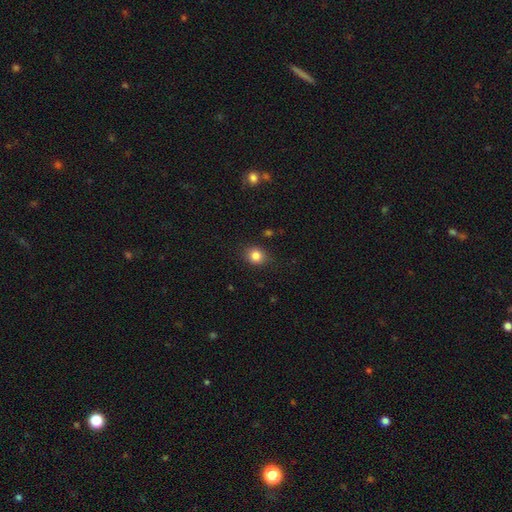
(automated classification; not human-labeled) Overall: smooth (84%). How rounded: round (71%). Merging: none (86%).